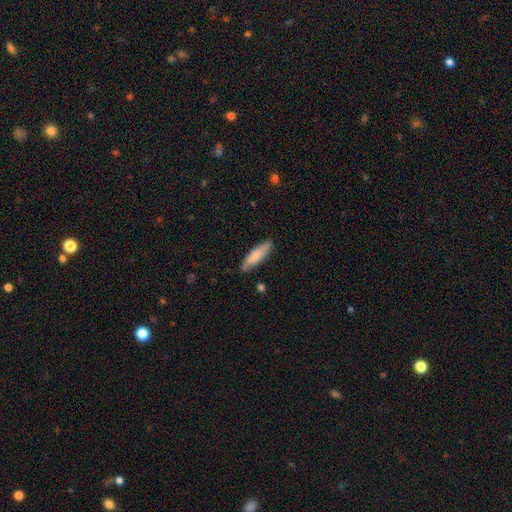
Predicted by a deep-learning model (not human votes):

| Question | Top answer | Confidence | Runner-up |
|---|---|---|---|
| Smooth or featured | smooth | 77% | featured or disk (18%) |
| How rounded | cigar-shaped | 56% | in between (43%) |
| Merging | none | 82% | minor disturbance (14%) |